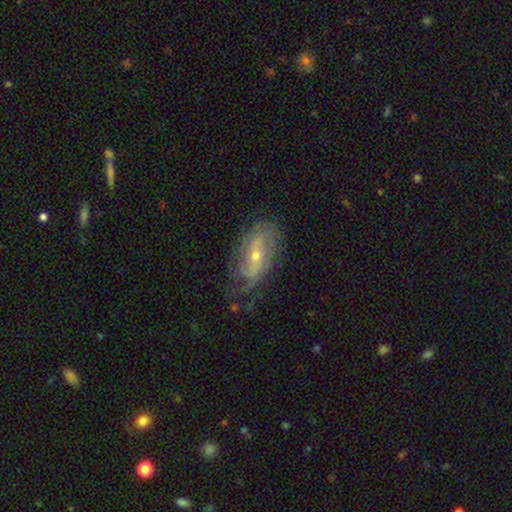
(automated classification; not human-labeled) This is likely a featured or disk galaxy (74%). It is clearly not viewed edge-on (89%). Bar: marginally weak (39%). Spiral arm pattern: clearly yes (83%). Spiral arm count: possibly 2 (52%). Spiral winding: marginally medium (36%). Central bulge: possibly small (54%). Merging: likely none (61%).